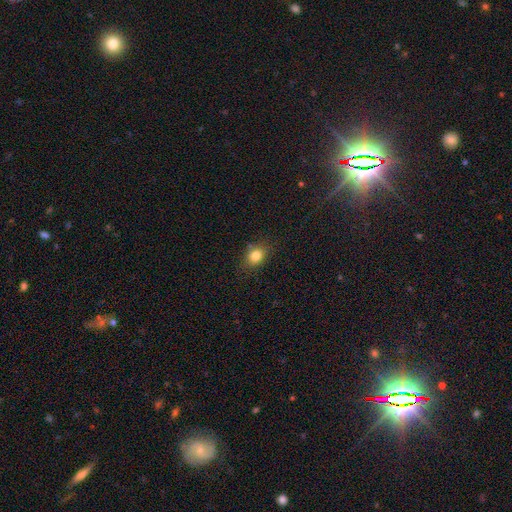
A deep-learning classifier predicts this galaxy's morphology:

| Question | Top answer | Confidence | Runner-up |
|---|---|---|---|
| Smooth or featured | smooth | 82% | star or artifact (11%) |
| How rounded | in between | 59% | round (39%) |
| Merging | none | 80% | minor disturbance (14%) |